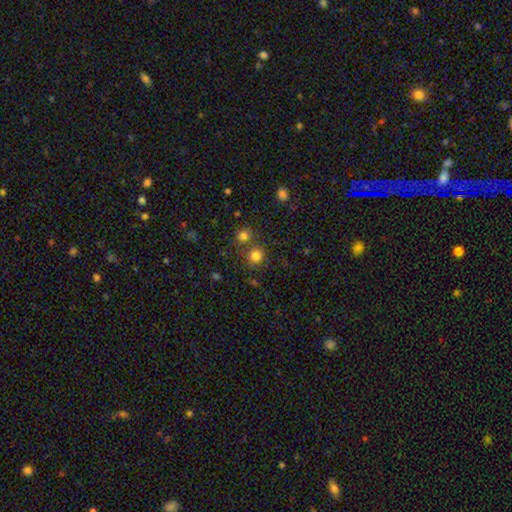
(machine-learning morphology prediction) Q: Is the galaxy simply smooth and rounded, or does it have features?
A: smooth — 80%.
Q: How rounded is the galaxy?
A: round — 91%.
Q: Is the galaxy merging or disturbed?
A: none — 73%.